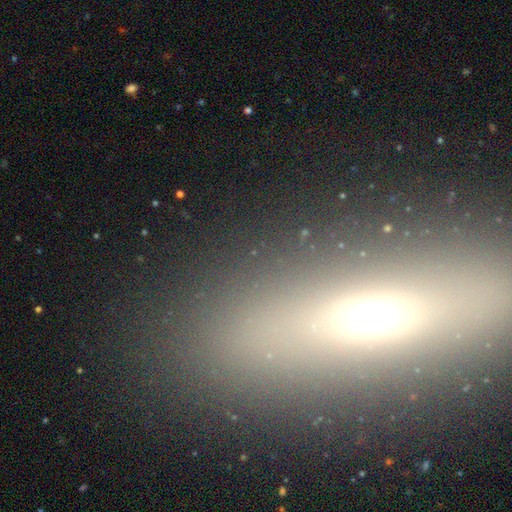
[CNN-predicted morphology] This appears to be a smooth galaxy with no disk features (45%). Merging: none (84%).